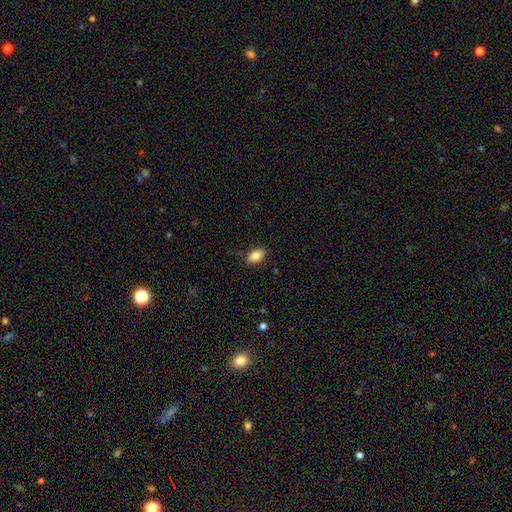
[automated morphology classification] The model was most divided on "merging": none: 84%, minor disturbance: 12%, major disturbance: 2%, merger: 1%. More confident: how rounded — in between (87%); smooth or featured — smooth (83%).